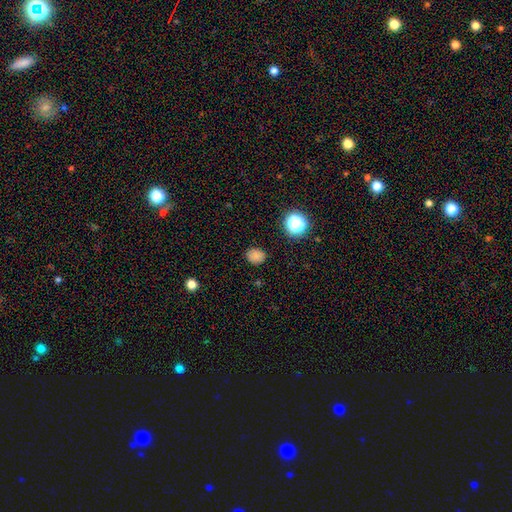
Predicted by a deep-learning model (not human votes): Smooth or featured? smooth (81%)
How rounded? round (67%)
Merging? none (87%)